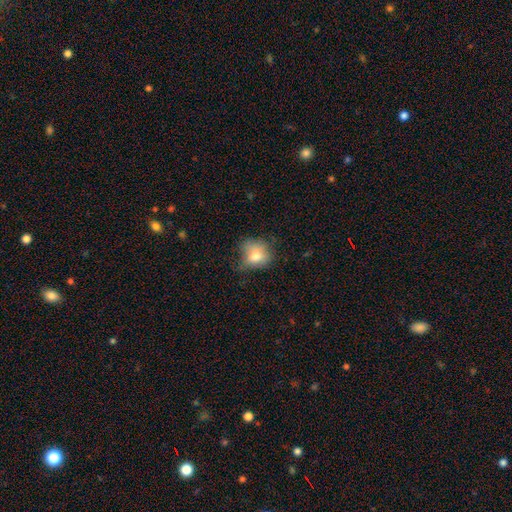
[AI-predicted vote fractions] Smooth or featured: smooth — 75% (featured or disk — 14%)
How rounded: round — 60% (in between — 39%)
Merging: none — 49% (minor disturbance — 34%)